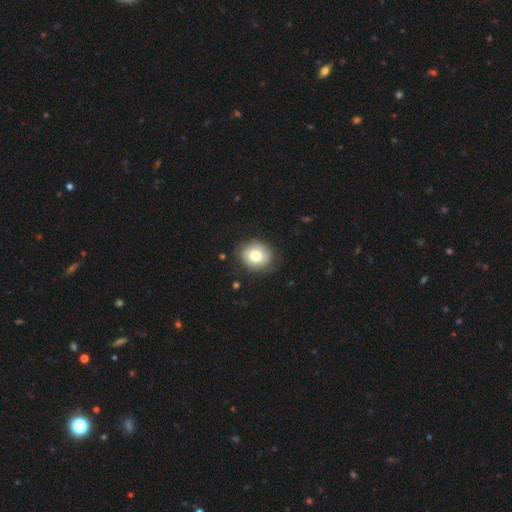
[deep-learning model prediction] Smooth or featured? Predicted: smooth (p=0.76). How rounded? Predicted: round (p=0.66). Merging? Predicted: none (p=0.79).